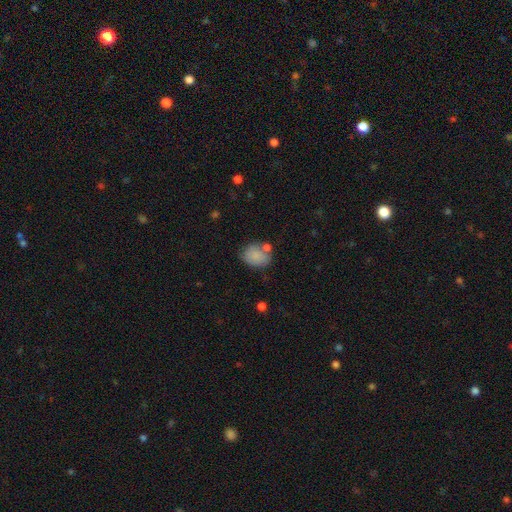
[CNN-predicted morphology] smooth-or-featured: smooth: 83% | featured or disk: 9% | star or artifact: 8%
  how-rounded: in between: 53% | round: 46% | cigar-shaped: 1%
  merging: none: 57% | minor disturbance: 20% | merger: 16% | major disturbance: 7%